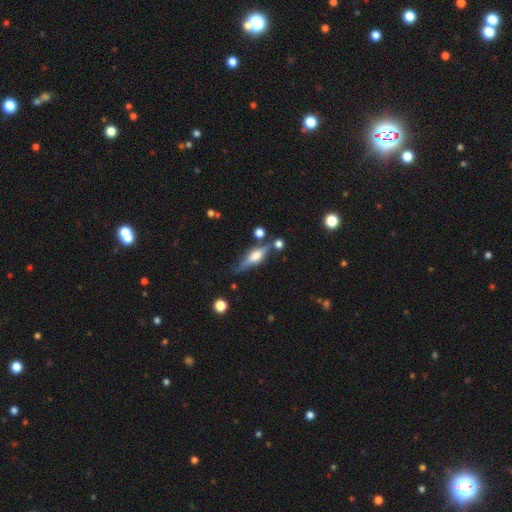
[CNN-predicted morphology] A featured or disk galaxy (65%) viewed edge-on (94%) with a rounded central bulge (79%). Merging: none (72%).